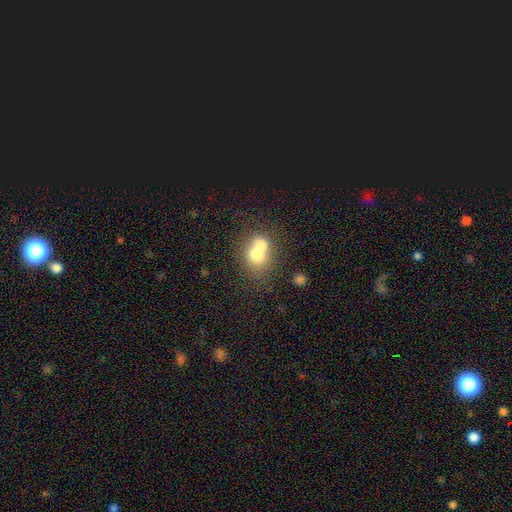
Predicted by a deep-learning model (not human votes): A smooth galaxy with no disk features (69%) that is round (56%).

Vote fractions:
- Smooth or featured? smooth: 69% / featured or disk: 21% / star or artifact: 10%
- How rounded? round: 56% / in between: 43% / cigar-shaped: 1%
- Merging? merger: 63% / none: 24% / minor disturbance: 8% / major disturbance: 4%